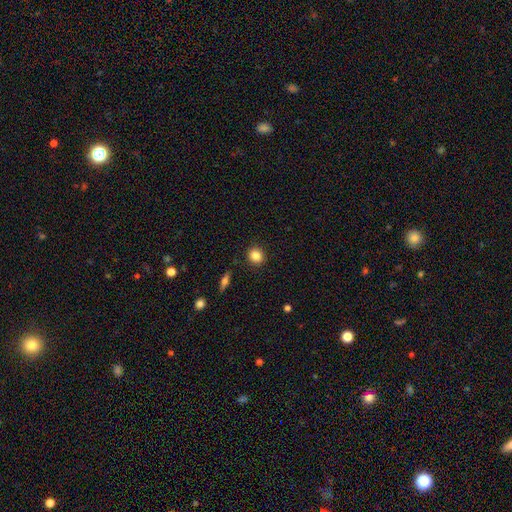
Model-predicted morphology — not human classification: Smooth or featured: smooth — 84% (star or artifact — 10%)
How rounded: round — 83% (in between — 15%)
Merging: none — 90% (minor disturbance — 6%)